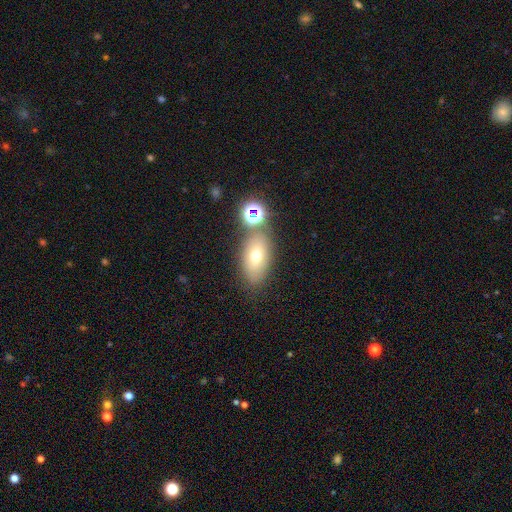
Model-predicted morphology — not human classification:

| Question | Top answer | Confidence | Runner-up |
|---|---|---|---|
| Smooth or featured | smooth | 66% | featured or disk (20%) |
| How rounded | in between | 86% | round (10%) |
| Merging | none | 72% | minor disturbance (13%) |